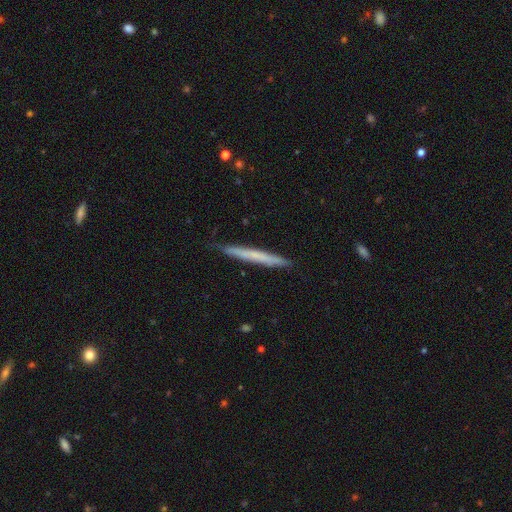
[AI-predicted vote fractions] This is possibly a smooth galaxy (55%). How rounded: clearly cigar-shaped (97%). Merging: clearly none (87%).